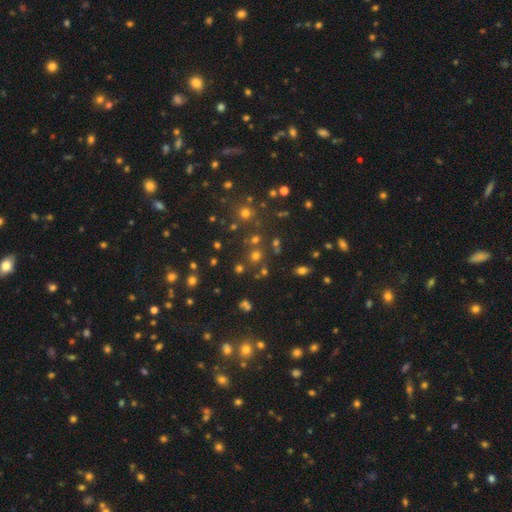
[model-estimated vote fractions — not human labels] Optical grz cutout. It shows a smooth galaxy with no disk features (51%) that is round (88%). Merging: none (77%).